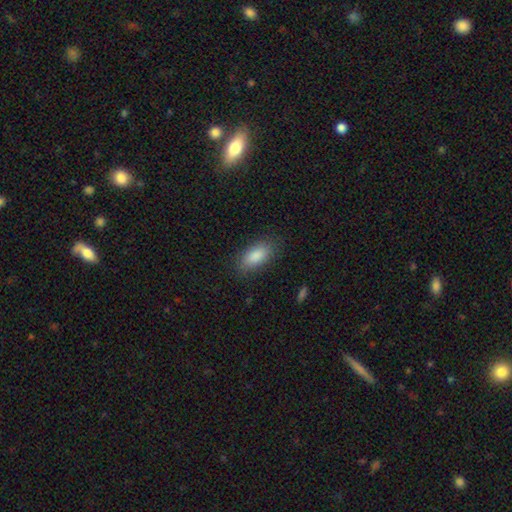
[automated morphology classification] Smooth or featured: smooth — 86% (star or artifact — 7%)
How rounded: in between — 87% (cigar-shaped — 10%)
Merging: none — 84% (minor disturbance — 12%)